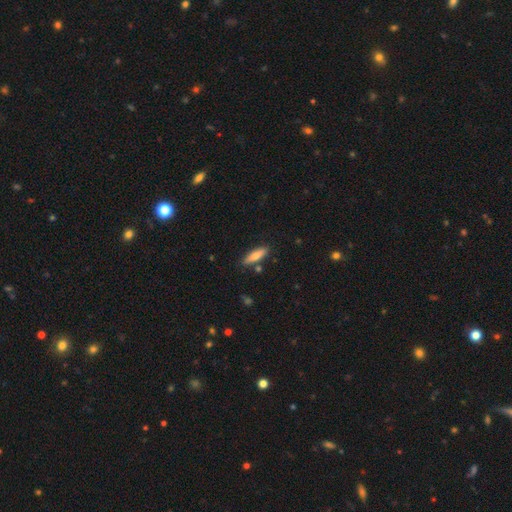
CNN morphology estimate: Smooth or featured: smooth — 75% (featured or disk — 19%)
How rounded: cigar-shaped — 63% (in between — 35%)
Merging: none — 82% (minor disturbance — 11%)